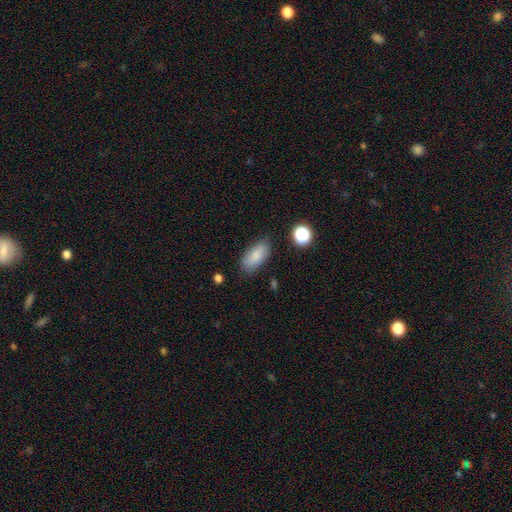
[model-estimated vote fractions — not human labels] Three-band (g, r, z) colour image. It shows a smooth galaxy with no disk features (81%) that is in between round and cigar-shaped (89%). Merging: none (80%).